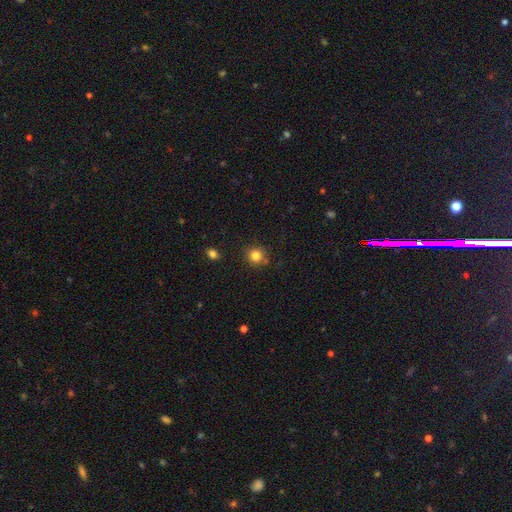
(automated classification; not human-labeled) Smooth or featured? Predicted: smooth (p=0.82). How rounded? Predicted: round (p=0.92). Merging? Predicted: none (p=0.85).